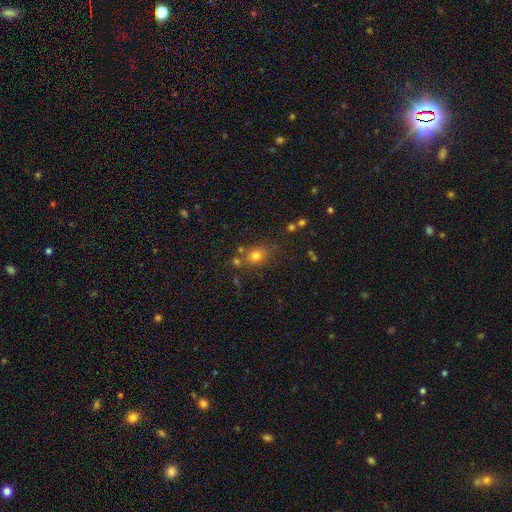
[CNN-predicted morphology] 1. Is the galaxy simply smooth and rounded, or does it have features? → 75% smooth, 15% star or artifact, 10% featured or disk.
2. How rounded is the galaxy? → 58% round, 40% in between, 1% cigar-shaped.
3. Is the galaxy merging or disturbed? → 67% none, 14% minor disturbance, 13% merger, 5% major disturbance.